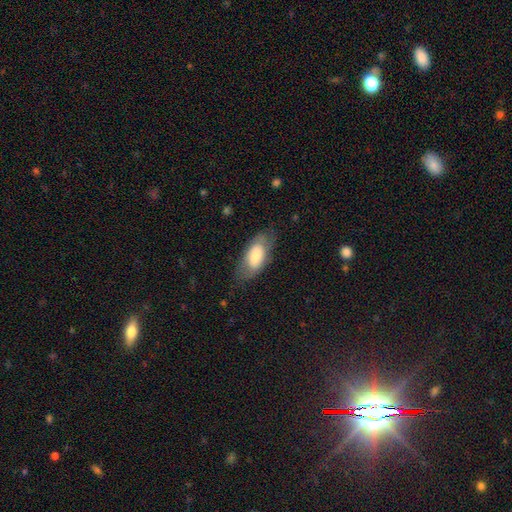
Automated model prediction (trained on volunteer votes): Smooth or featured: smooth — 71% (featured or disk — 23%)
How rounded: in between — 88% (cigar-shaped — 10%)
Merging: none — 70% (minor disturbance — 21%)